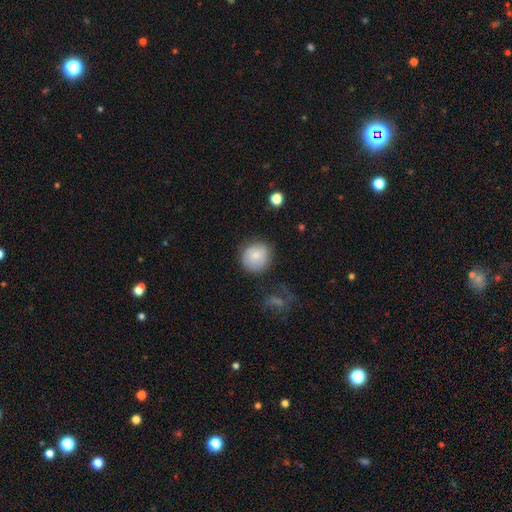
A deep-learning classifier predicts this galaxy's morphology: This appears to be a smooth galaxy with no disk features (78%) that is round (87%). Merging: none (76%).